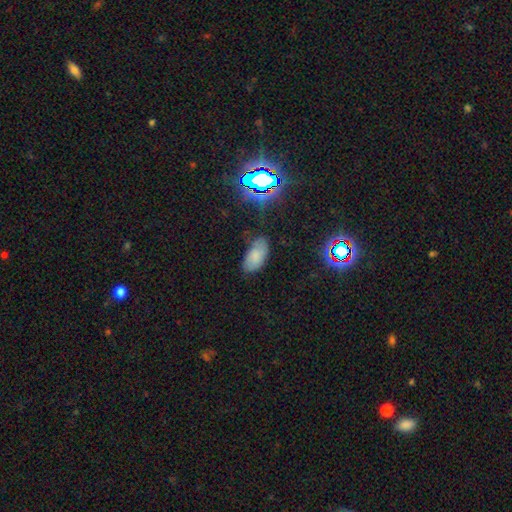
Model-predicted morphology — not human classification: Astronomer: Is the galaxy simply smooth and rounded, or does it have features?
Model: smooth — 70%.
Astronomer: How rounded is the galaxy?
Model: in between — 94%.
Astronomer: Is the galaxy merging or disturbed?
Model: none — 65%.